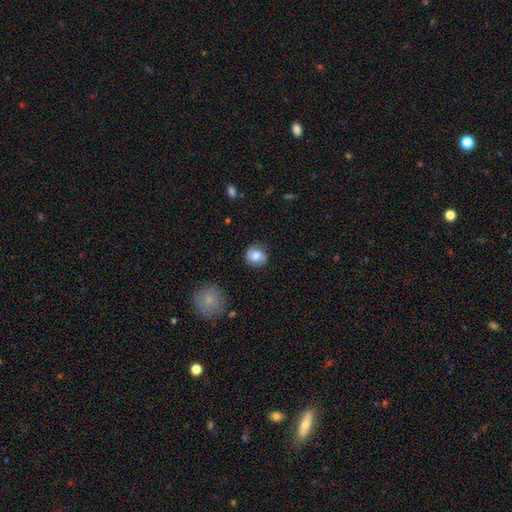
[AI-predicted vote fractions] smooth-or-featured: smooth: 68% | featured or disk: 24% | star or artifact: 8%
  how-rounded: round: 78% | in between: 21% | cigar-shaped: 1%
  merging: none: 73% | minor disturbance: 19% | major disturbance: 6% | merger: 2%